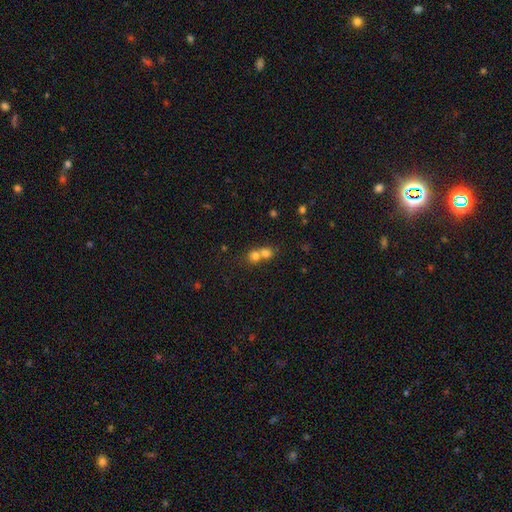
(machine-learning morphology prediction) Smooth or featured? smooth (74%)
How rounded? round (79%)
Merging? merger (63%)